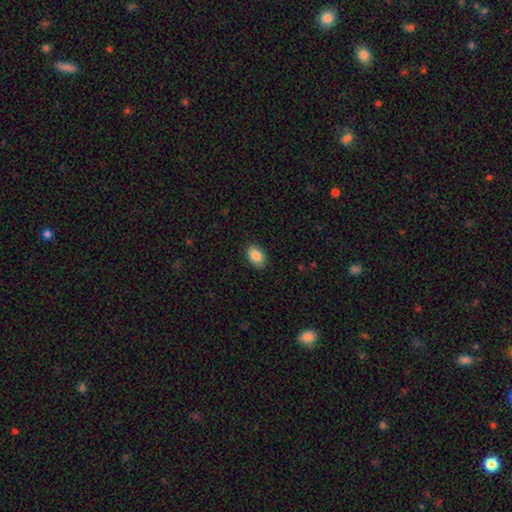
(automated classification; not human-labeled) The model was most divided on "how rounded": in between: 87%, round: 12%, cigar-shaped: 1%. More confident: merging — none (88%); smooth or featured — smooth (87%).